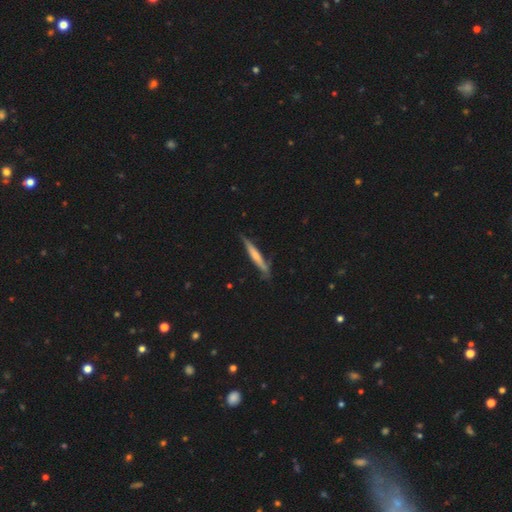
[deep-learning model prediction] Smooth or featured: smooth — 50% (featured or disk — 45%)
Merging: none — 76% (minor disturbance — 19%)